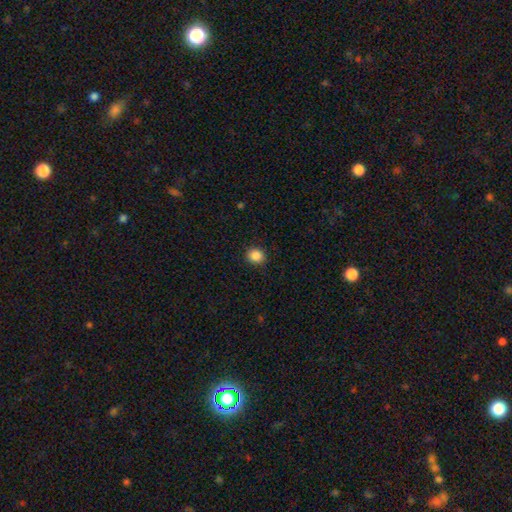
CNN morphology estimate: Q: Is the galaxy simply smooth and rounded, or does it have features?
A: smooth — 87%.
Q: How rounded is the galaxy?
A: round — 83%.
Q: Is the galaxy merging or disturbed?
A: none — 91%.